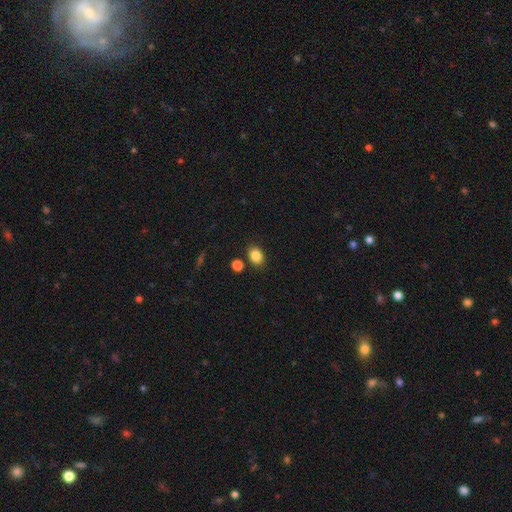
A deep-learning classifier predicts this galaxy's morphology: smooth 85%, star or artifact 10%, featured or disk 5%. Down the decision tree: how rounded — in between (62%); merging — none (81%).